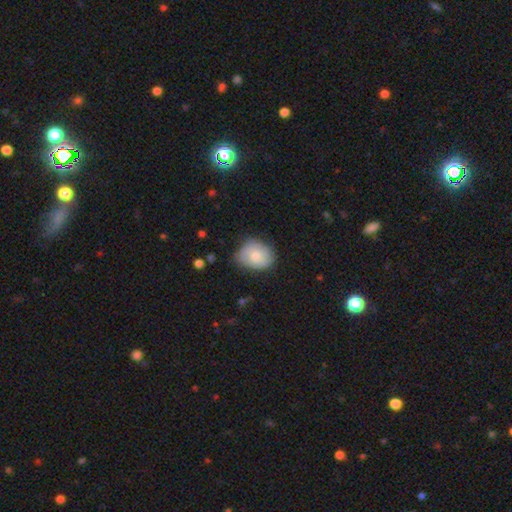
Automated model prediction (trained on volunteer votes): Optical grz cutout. It shows a smooth galaxy with no disk features (67%) that is in between round and cigar-shaped (52%). Merging: none (67%).